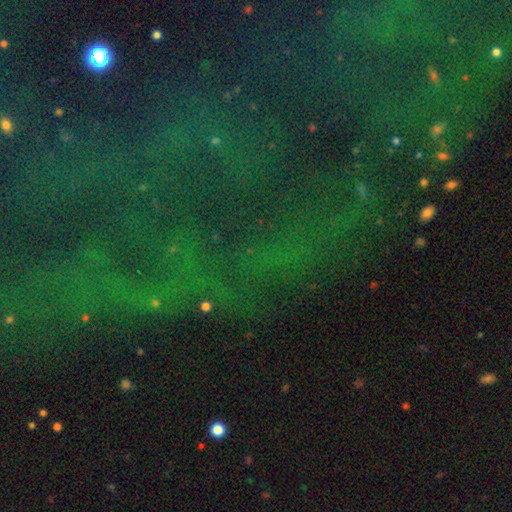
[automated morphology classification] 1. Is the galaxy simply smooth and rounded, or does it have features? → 77% star or artifact, 12% featured or disk, 11% smooth.